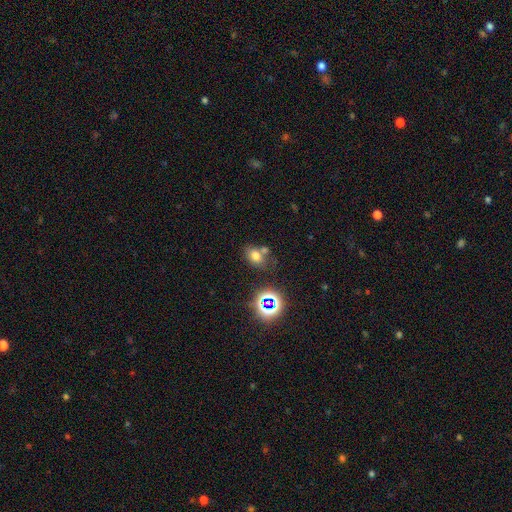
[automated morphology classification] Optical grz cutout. It shows a smooth galaxy with no disk features (67%) that is in between round and cigar-shaped (65%). Merging: none (59%).